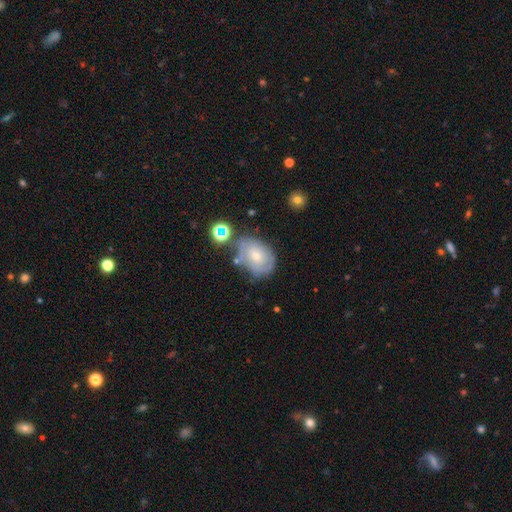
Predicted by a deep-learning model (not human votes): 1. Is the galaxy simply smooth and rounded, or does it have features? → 56% featured or disk, 35% smooth, 10% star or artifact.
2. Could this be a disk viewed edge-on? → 96% no, 4% yes.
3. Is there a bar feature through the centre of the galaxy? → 76% no, 21% weak, 3% strong.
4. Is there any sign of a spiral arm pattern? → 73% yes, 27% no.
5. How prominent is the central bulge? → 47% small, 44% moderate, 4% large, 3% none, 1% dominant.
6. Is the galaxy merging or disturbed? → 53% none, 26% minor disturbance, 12% major disturbance, 10% merger.